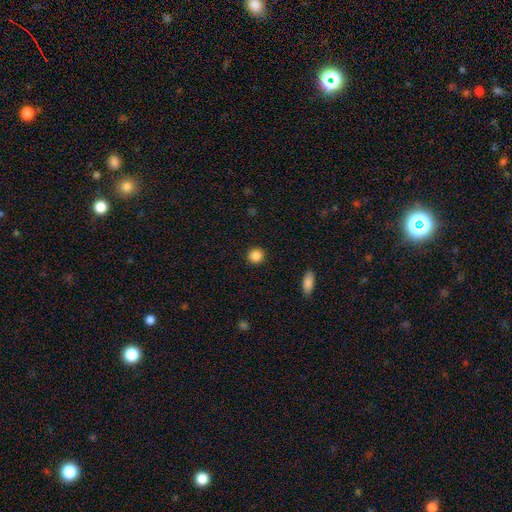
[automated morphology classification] Smooth or featured: smooth — 86% (star or artifact — 10%)
How rounded: round — 93% (in between — 6%)
Merging: none — 92% (minor disturbance — 5%)